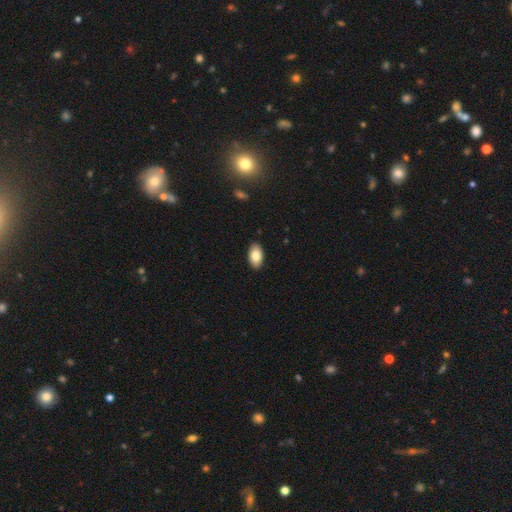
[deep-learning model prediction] Smooth or featured?
  - smooth: 83% *
  - featured or disk: 10%
  - star or artifact: 7%
How rounded?
  - in between: 94% *
  - round: 4%
  - cigar-shaped: 2%
Merging?
  - none: 89% *
  - minor disturbance: 8%
  - major disturbance: 2%
  - merger: 1%